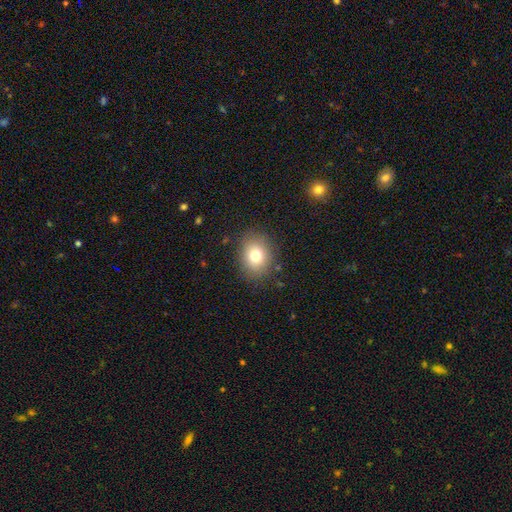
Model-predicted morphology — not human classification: Smooth or featured? smooth (77%)
How rounded? round (60%)
Merging? none (85%)